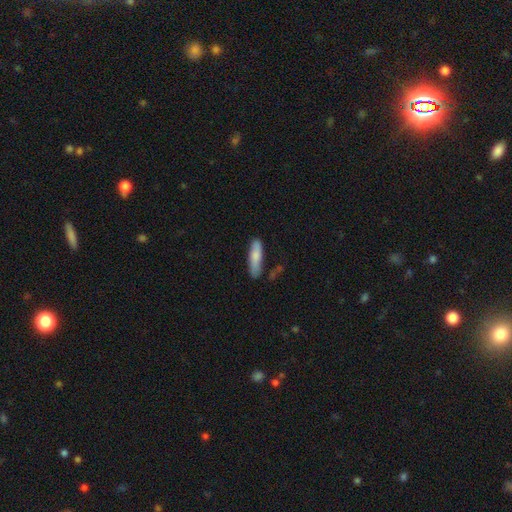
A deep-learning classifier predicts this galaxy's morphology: smooth-or-featured: smooth: 80% | featured or disk: 15% | star or artifact: 6%
  how-rounded: cigar-shaped: 69% | in between: 30% | round: 2%
  merging: none: 75% | minor disturbance: 18% | merger: 4% | major disturbance: 4%